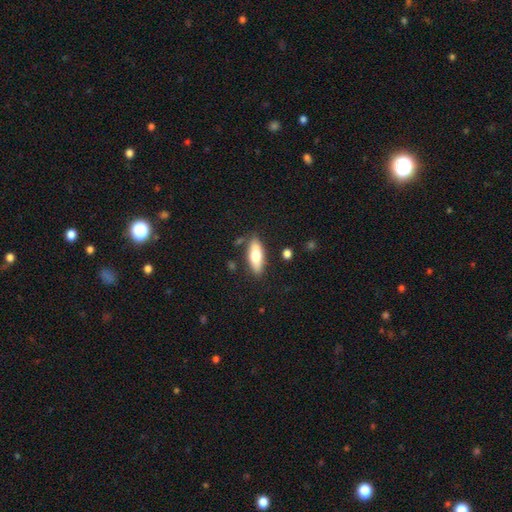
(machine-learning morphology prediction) smooth-or-featured: smooth: 71% | featured or disk: 23% | star or artifact: 6%
  how-rounded: in between: 68% | cigar-shaped: 29% | round: 2%
  merging: none: 80% | minor disturbance: 13% | merger: 4% | major disturbance: 3%